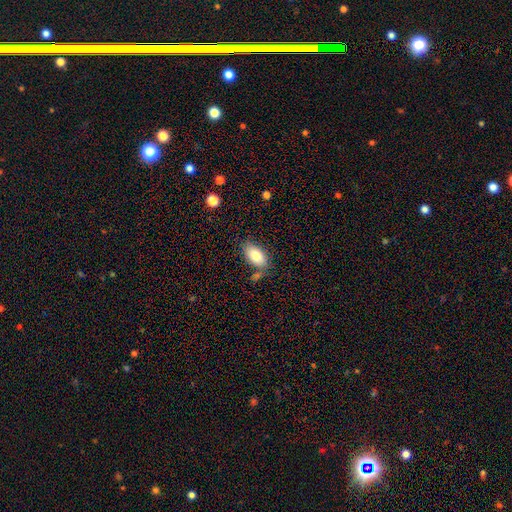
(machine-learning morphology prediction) This appears to be a smooth galaxy with no disk features (83%) that is in between round and cigar-shaped (93%). Merging: none (70%).